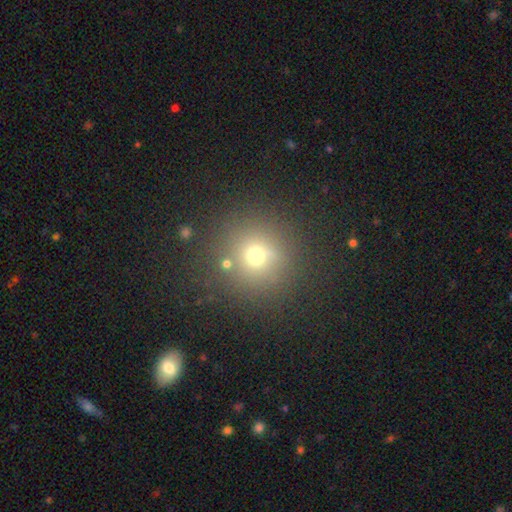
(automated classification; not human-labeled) A smooth galaxy with no disk features (67%) that is round (93%).

Vote fractions:
- Smooth or featured? smooth: 67% / star or artifact: 22% / featured or disk: 11%
- How rounded? round: 93% / in between: 6% / cigar-shaped: 1%
- Merging? none: 81% / minor disturbance: 9% / merger: 5% / major disturbance: 5%